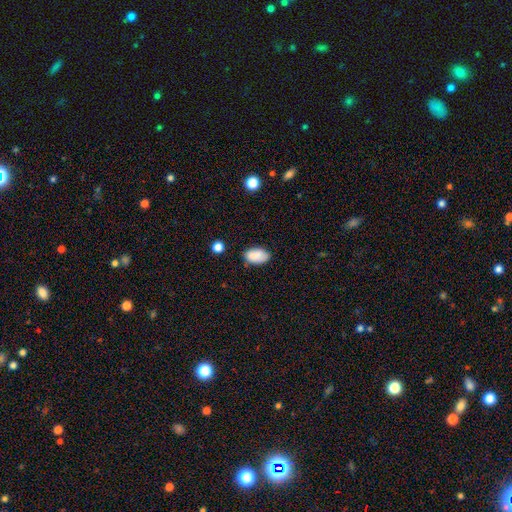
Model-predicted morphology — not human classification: type=smooth (87%); roundness=in between (92%); merging=none (74%).